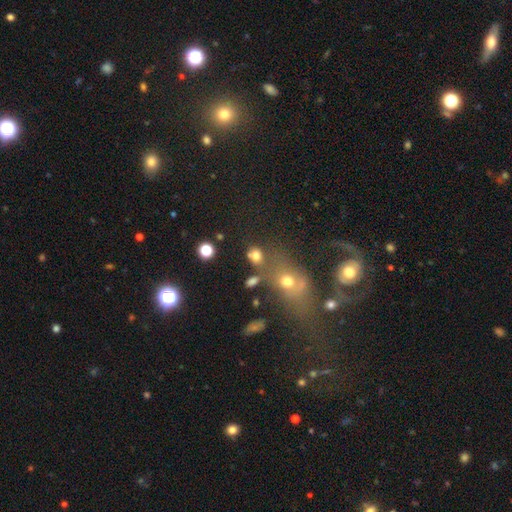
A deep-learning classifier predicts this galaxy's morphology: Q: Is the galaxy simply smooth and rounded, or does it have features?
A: smooth — 73%.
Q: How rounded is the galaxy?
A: round — 57%.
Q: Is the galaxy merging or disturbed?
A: none — 48%.